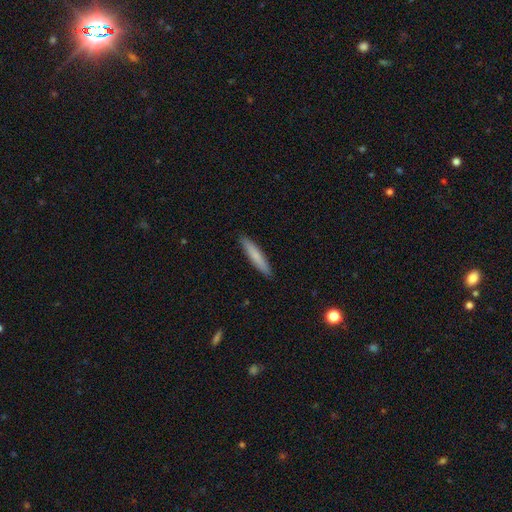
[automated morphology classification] Smooth or featured: smooth — 76% (featured or disk — 19%)
How rounded: cigar-shaped — 91% (in between — 7%)
Merging: none — 91% (minor disturbance — 6%)